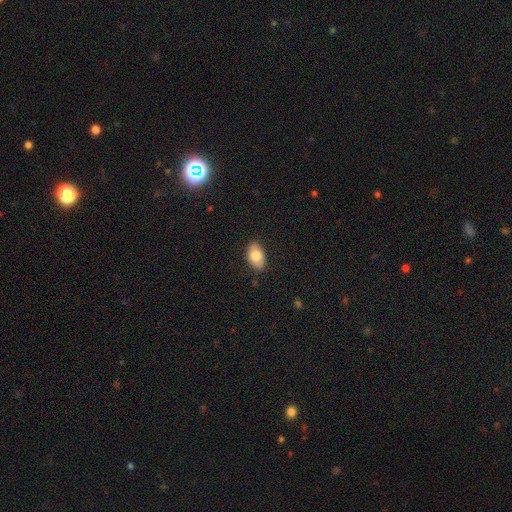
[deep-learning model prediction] Smooth or featured? Predicted: smooth (p=0.77). How rounded? Predicted: in between (p=0.89). Merging? Predicted: none (p=0.84).